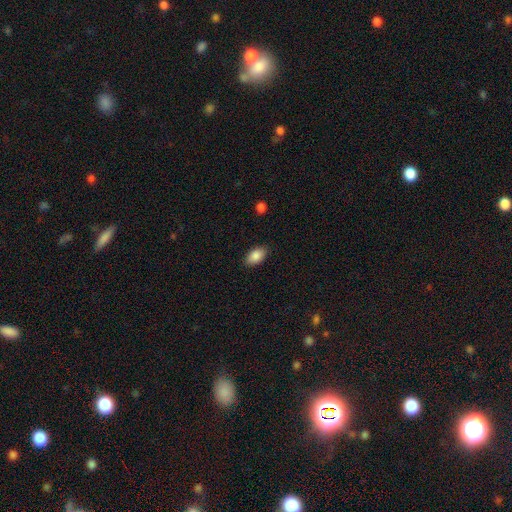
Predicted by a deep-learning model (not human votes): Smooth or featured?
  - smooth: 88% *
  - star or artifact: 7%
  - featured or disk: 5%
How rounded?
  - in between: 92% *
  - round: 6%
  - cigar-shaped: 2%
Merging?
  - none: 87% *
  - minor disturbance: 9%
  - major disturbance: 2%
  - merger: 1%